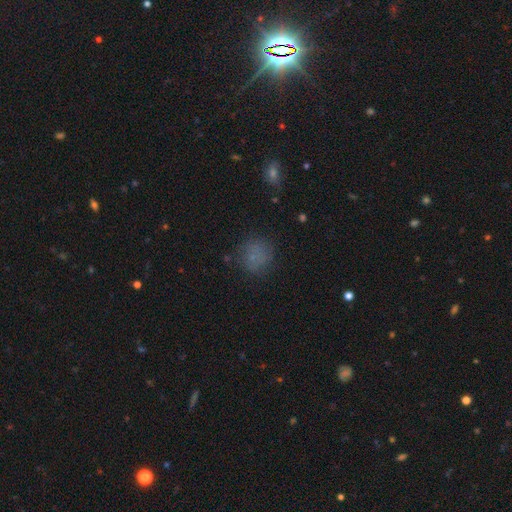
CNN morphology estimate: Smooth or featured?
  - smooth: 71% *
  - star or artifact: 19%
  - featured or disk: 10%
How rounded?
  - round: 85% *
  - in between: 14%
  - cigar-shaped: 1%
Merging?
  - none: 78% *
  - minor disturbance: 14%
  - major disturbance: 6%
  - merger: 2%